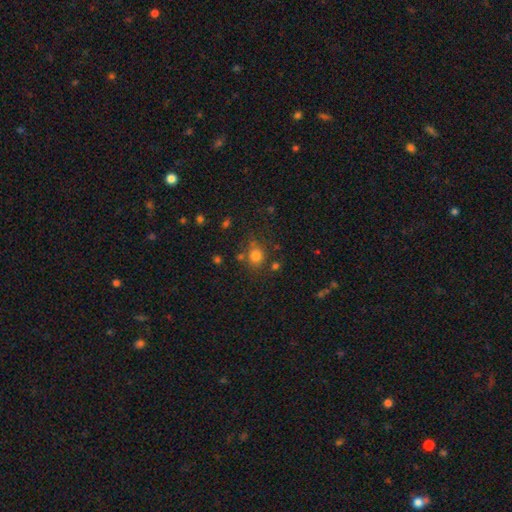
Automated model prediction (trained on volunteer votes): Morphology: type=smooth (77%); roundness=round (77%); merging=none (70%).